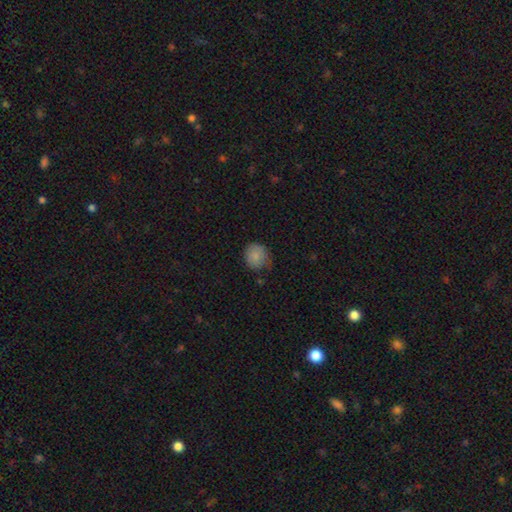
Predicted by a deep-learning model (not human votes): This is clearly a smooth galaxy (84%). How rounded: clearly round (80%). Merging: likely none (65%).